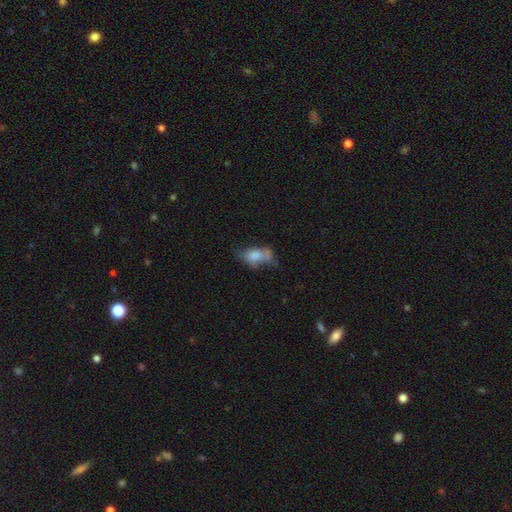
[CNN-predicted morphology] This appears to be a smooth galaxy with no disk features (71%) that is in between round and cigar-shaped (87%). Merging: none (31%).